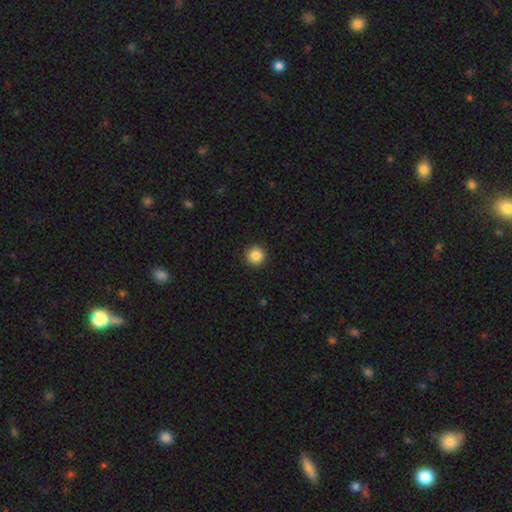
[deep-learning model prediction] Smooth or featured?
  - smooth: 87% *
  - star or artifact: 10%
  - featured or disk: 3%
How rounded?
  - round: 96% *
  - in between: 3%
  - cigar-shaped: 1%
Merging?
  - none: 93% *
  - minor disturbance: 5%
  - major disturbance: 2%
  - merger: 1%